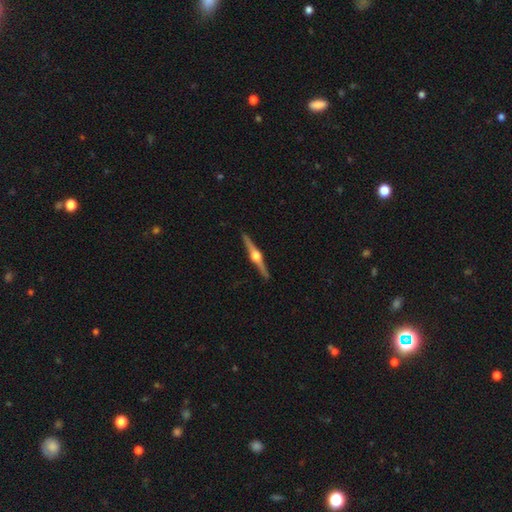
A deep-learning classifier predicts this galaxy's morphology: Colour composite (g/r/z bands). It shows a featured or disk galaxy (87%) viewed edge-on (99%) with a rounded central bulge (97%). Merging: none (92%).